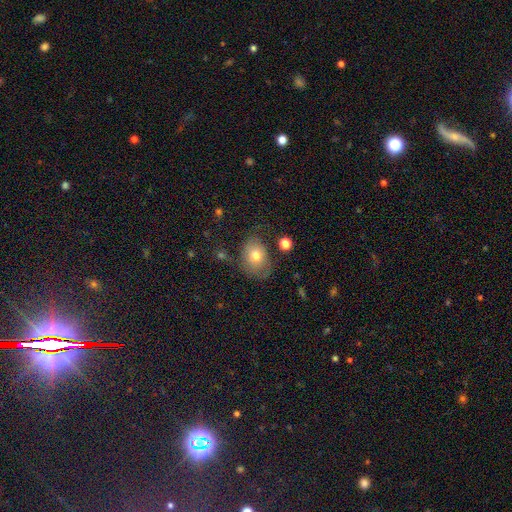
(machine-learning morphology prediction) Smooth or featured? Predicted: smooth (p=0.70). How rounded? Predicted: in between (p=0.61). Merging? Predicted: none (p=0.56).